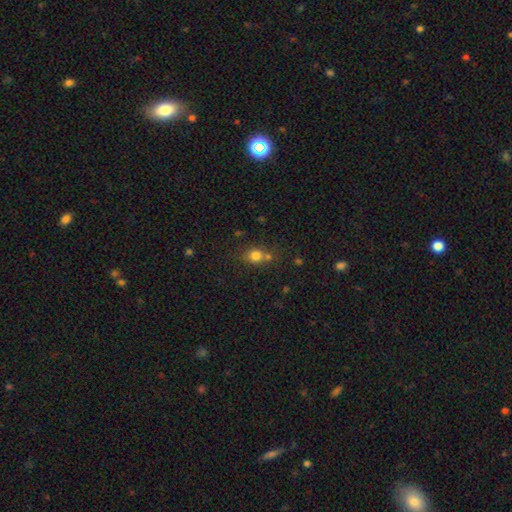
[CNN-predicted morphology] Smooth or featured? Predicted: smooth (p=0.77). How rounded? Predicted: round (p=0.71). Merging? Predicted: none (p=0.58).